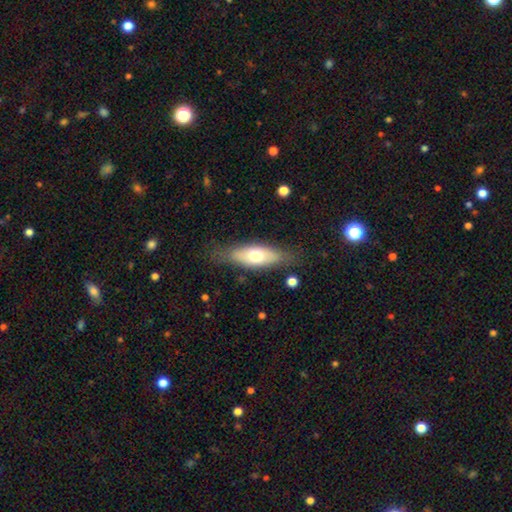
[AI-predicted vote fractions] Morphology: type=smooth (60%); roundness=in between (66%); merging=none (76%).